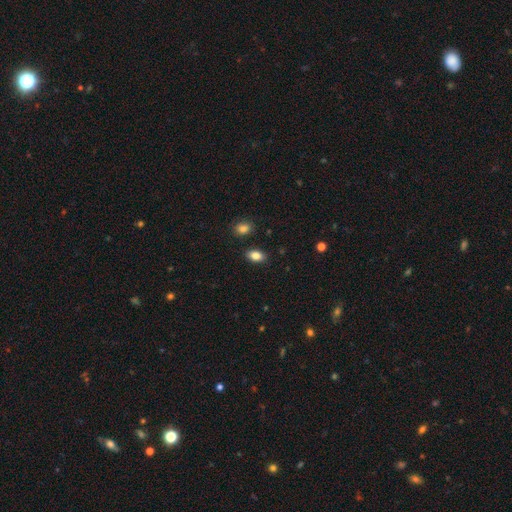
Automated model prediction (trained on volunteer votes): The model was most divided on "smooth or featured": smooth: 85%, star or artifact: 9%, featured or disk: 6%. More confident: how rounded — in between (89%); merging — none (87%).